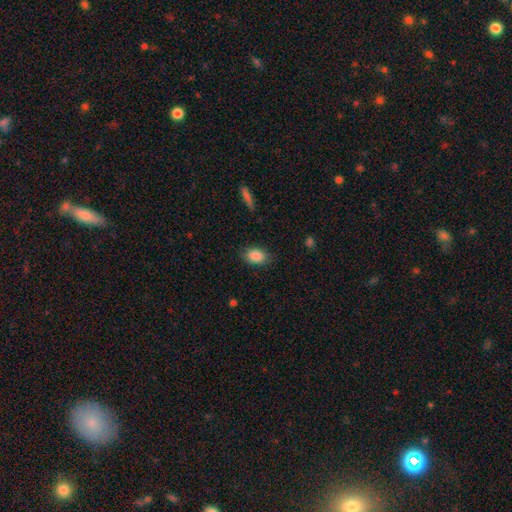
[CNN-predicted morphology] Overall: smooth (87%). How rounded: in between (85%). Merging: none (81%).